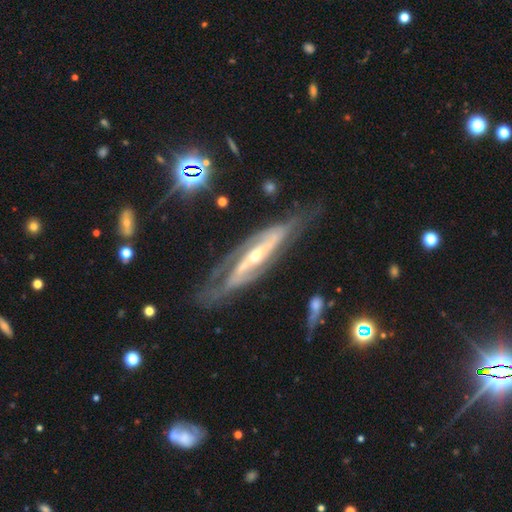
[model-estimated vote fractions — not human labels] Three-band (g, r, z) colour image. It shows a featured or disk galaxy (87%) with a strong bar (48%), 2 (73%) medium (41%) spiral arms (89%) and a small central bulge (52%). Merging: none (66%).